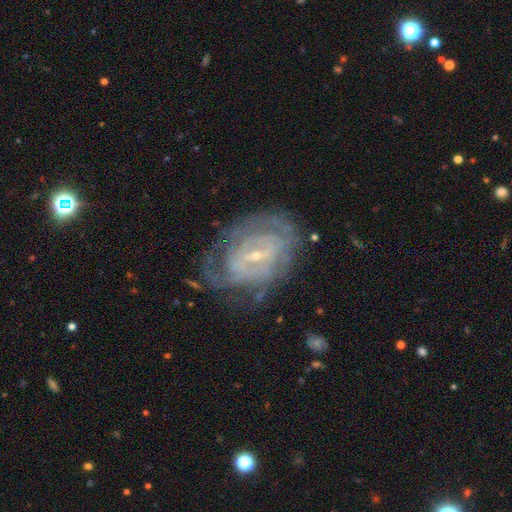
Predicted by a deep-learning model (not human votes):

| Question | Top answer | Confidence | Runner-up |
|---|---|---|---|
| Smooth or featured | featured or disk | 82% | smooth (11%) |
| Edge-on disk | no | 95% | yes (5%) |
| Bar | weak | 50% | strong (30%) |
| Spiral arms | yes | 84% | no (16%) |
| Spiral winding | tight | 65% | medium (27%) |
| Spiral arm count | can't tell | 51% | 2 (21%) |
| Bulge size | small | 75% | moderate (20%) |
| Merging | none | 62% | minor disturbance (22%) |